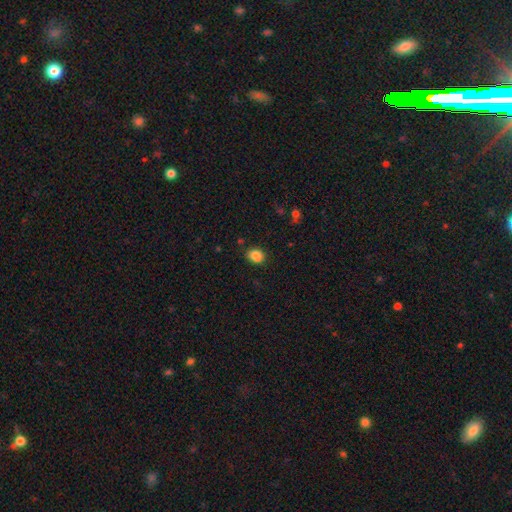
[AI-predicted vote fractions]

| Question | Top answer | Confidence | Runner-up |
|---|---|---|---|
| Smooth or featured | smooth | 85% | star or artifact (10%) |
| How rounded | round | 52% | in between (47%) |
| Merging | none | 79% | minor disturbance (14%) |